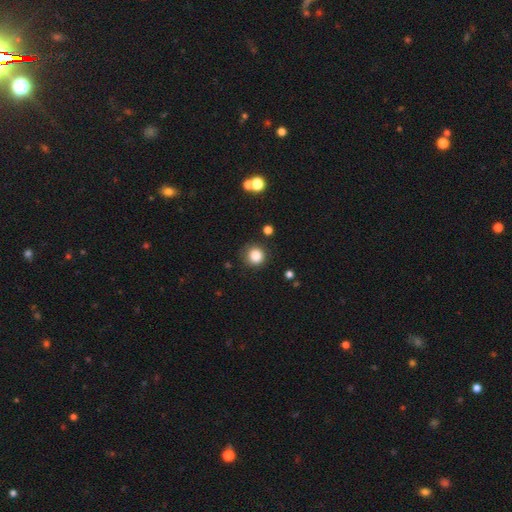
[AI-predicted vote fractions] Smooth or featured?
  - smooth: 84% *
  - star or artifact: 11%
  - featured or disk: 4%
How rounded?
  - round: 92% *
  - in between: 7%
  - cigar-shaped: 1%
Merging?
  - none: 82% *
  - minor disturbance: 12%
  - major disturbance: 4%
  - merger: 2%